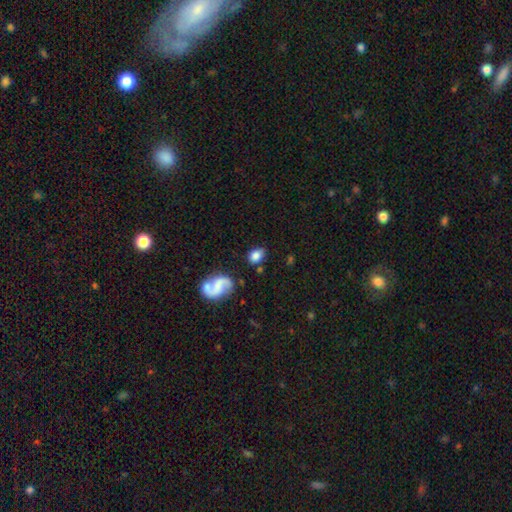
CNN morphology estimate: smooth 75%, featured or disk 16%, star or artifact 9%. Down the decision tree: how rounded — in between (75%); merging — none (72%).